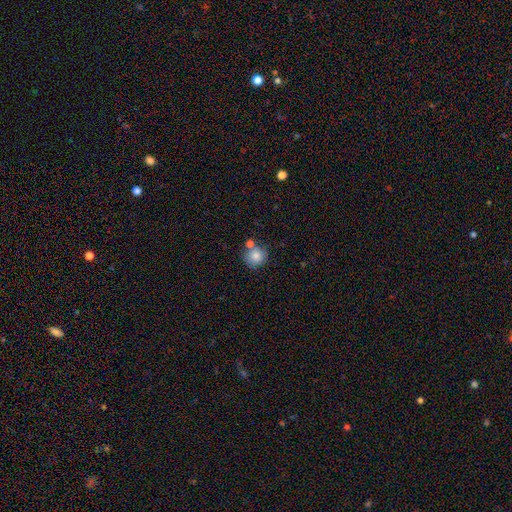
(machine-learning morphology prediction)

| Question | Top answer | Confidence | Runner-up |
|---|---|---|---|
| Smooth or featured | smooth | 81% | featured or disk (9%) |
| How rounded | round | 89% | in between (10%) |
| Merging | none | 64% | merger (19%) |